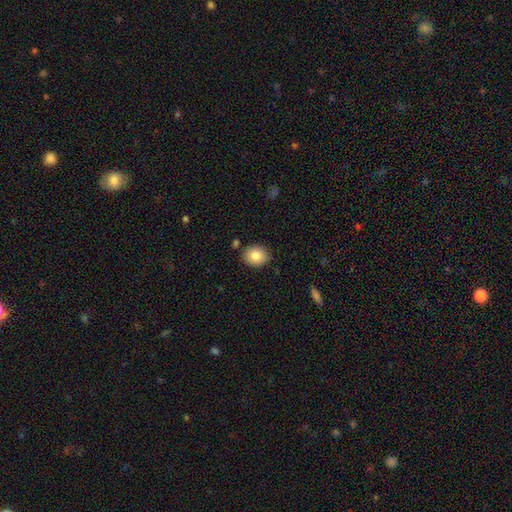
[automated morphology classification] smooth_or_featured: smooth (p=0.83) [alt: star or artifact p=0.09]
how_rounded: round (p=0.60) [alt: in between p=0.39]
merging: none (p=0.86) [alt: minor disturbance p=0.09]